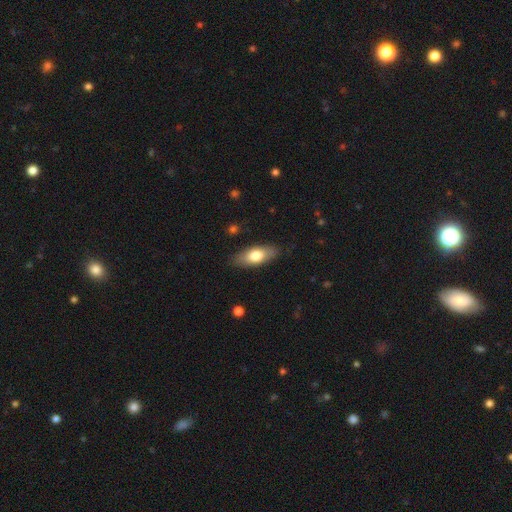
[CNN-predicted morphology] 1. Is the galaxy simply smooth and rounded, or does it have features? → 73% smooth, 21% featured or disk, 6% star or artifact.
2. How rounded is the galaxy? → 81% in between, 16% cigar-shaped, 3% round.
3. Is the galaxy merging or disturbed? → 85% none, 12% minor disturbance, 2% major disturbance, 1% merger.